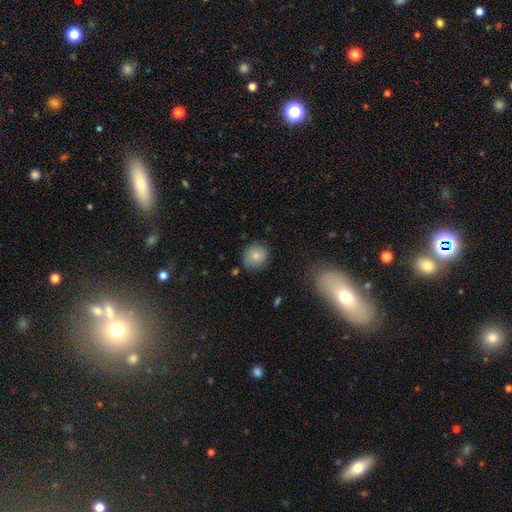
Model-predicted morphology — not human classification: Overall: smooth (81%). How rounded: round (85%). Merging: none (78%).